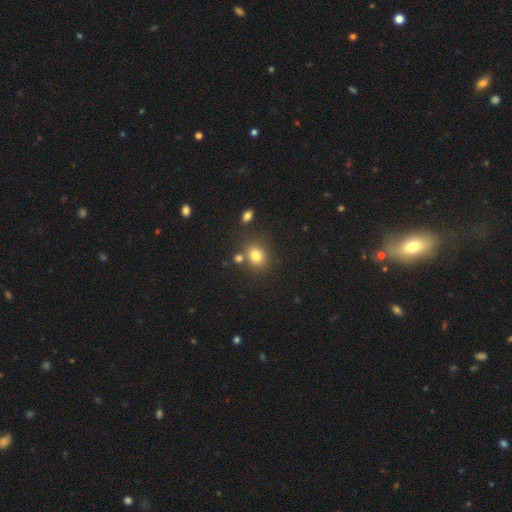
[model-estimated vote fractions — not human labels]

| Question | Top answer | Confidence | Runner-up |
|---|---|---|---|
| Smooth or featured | smooth | 78% | star or artifact (13%) |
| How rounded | round | 66% | in between (33%) |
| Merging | none | 70% | merger (15%) |